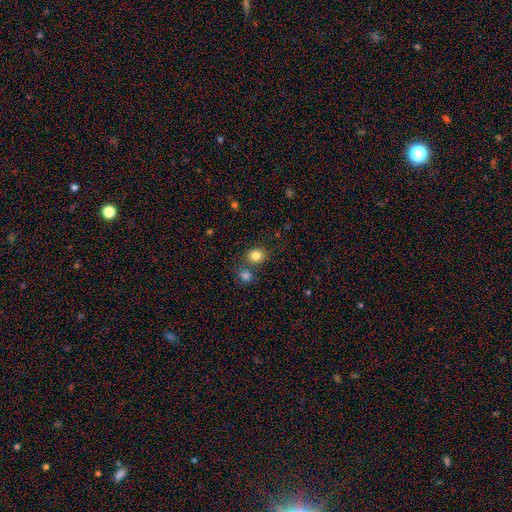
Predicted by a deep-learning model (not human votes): smooth-or-featured: smooth: 83% | star or artifact: 12% | featured or disk: 6%
  how-rounded: round: 72% | in between: 27% | cigar-shaped: 1%
  merging: none: 70% | merger: 18% | minor disturbance: 9% | major disturbance: 3%